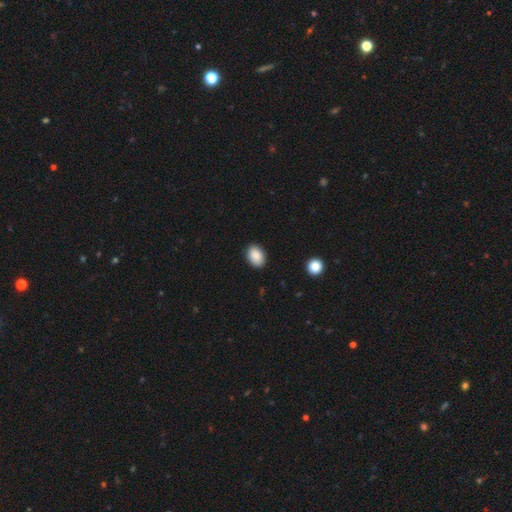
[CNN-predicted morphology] This appears to be a smooth galaxy with no disk features (89%) that is in between round and cigar-shaped (76%). Merging: none (88%).